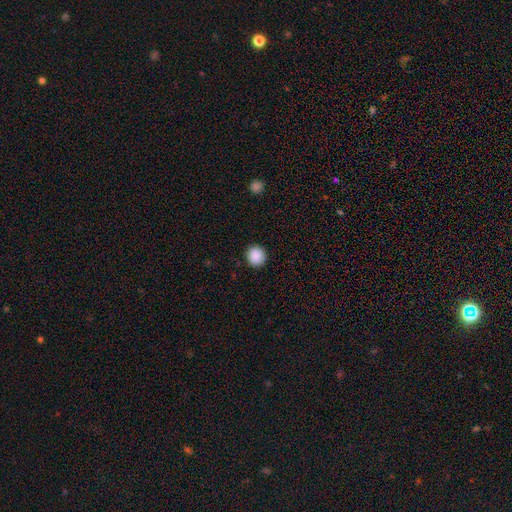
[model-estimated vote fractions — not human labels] Smooth or featured?
  - smooth: 89% *
  - star or artifact: 8%
  - featured or disk: 3%
How rounded?
  - round: 91% *
  - in between: 8%
  - cigar-shaped: 1%
Merging?
  - none: 91% *
  - minor disturbance: 6%
  - major disturbance: 2%
  - merger: 1%